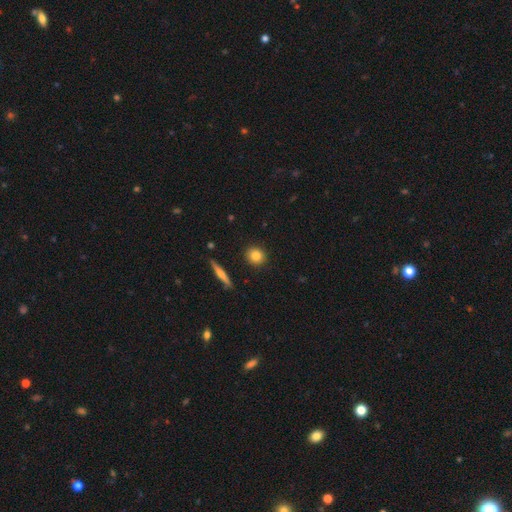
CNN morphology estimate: Q: Smooth or featured?
A: smooth (82%); runner-up: featured or disk (9%)
Q: How rounded?
A: round (85%); runner-up: in between (13%)
Q: Merging?
A: none (90%); runner-up: minor disturbance (6%)